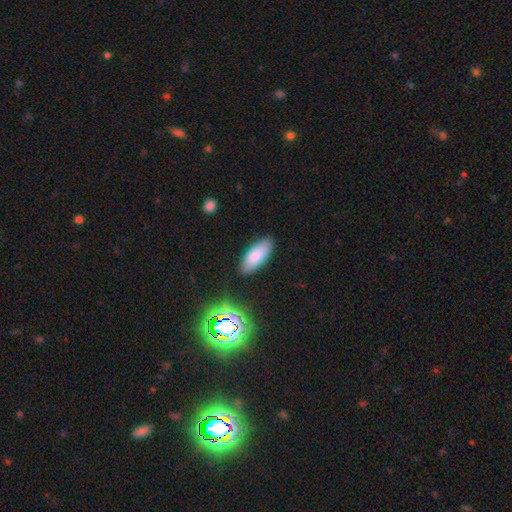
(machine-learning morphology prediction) A smooth galaxy with no disk features (84%) that is in between round and cigar-shaped (81%). Merging: none (86%).